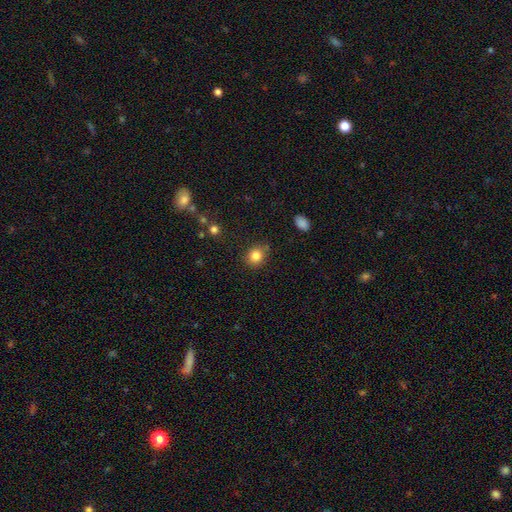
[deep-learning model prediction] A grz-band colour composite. It shows a smooth galaxy with no disk features (83%) that is round (77%). Merging: none (81%).